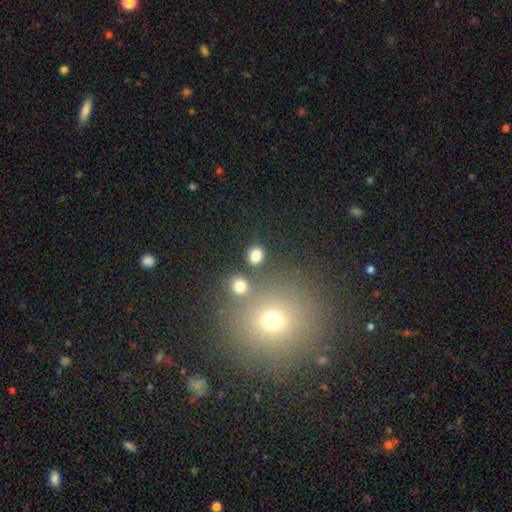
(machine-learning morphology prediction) type=smooth (81%); roundness=round (75%); merging=none (82%).